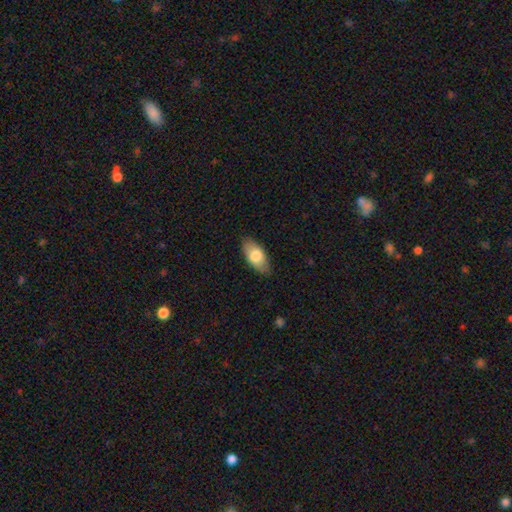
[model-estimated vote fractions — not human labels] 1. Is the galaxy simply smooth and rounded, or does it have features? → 74% smooth, 20% featured or disk, 6% star or artifact.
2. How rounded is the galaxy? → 92% in between, 5% cigar-shaped, 3% round.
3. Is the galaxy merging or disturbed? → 83% none, 14% minor disturbance, 3% major disturbance, 1% merger.